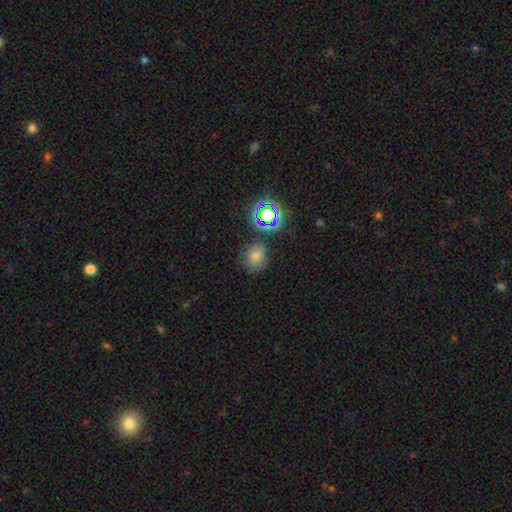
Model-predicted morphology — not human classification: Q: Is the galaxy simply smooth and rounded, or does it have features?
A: smooth — 56%.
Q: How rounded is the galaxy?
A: round — 79%.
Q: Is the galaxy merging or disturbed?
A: none — 77%.